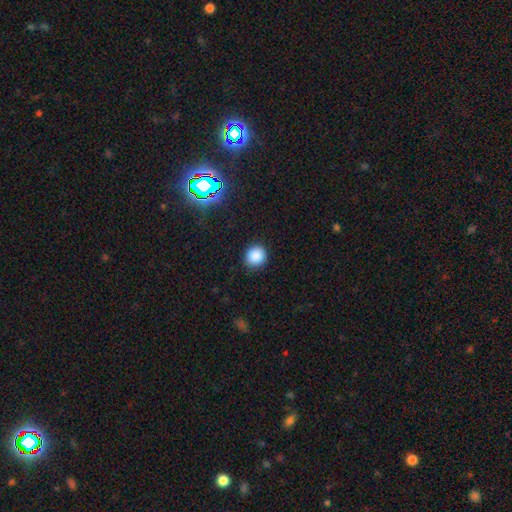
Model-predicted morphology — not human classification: A smooth galaxy with no disk features (86%) that is round (89%).

Vote fractions:
- Smooth or featured? smooth: 86% / star or artifact: 11% / featured or disk: 3%
- How rounded? round: 89% / in between: 10% / cigar-shaped: 1%
- Merging? none: 89% / minor disturbance: 7% / major disturbance: 2% / merger: 1%